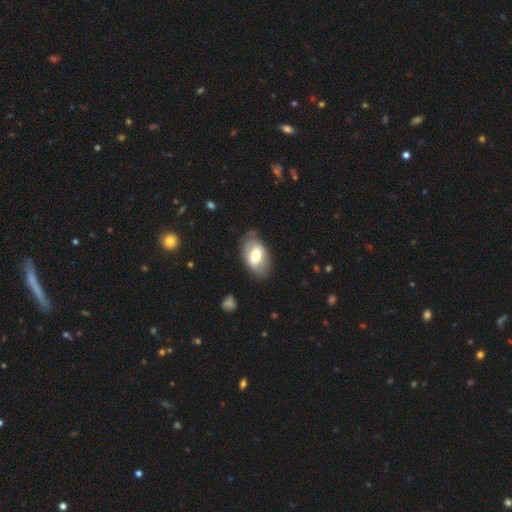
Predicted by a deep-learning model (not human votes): smooth-or-featured: smooth: 54% | featured or disk: 40% | star or artifact: 6%
  how-rounded: in between: 90% | round: 8% | cigar-shaped: 2%
  merging: none: 72% | minor disturbance: 19% | major disturbance: 7% | merger: 2%